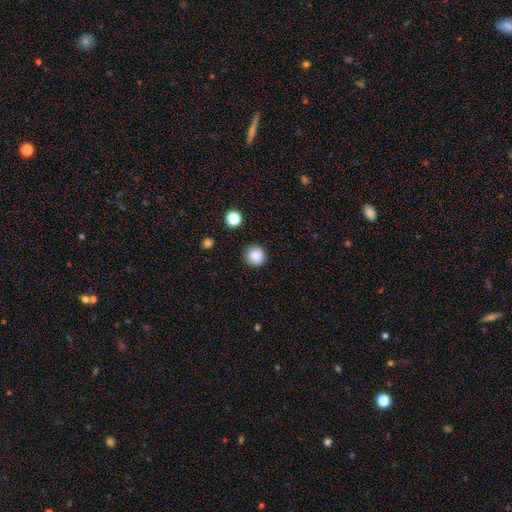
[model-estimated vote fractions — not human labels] Morphology: type=smooth (87%); roundness=round (94%); merging=none (89%).